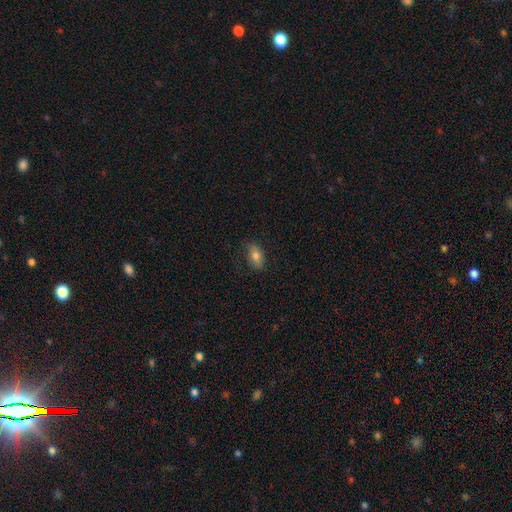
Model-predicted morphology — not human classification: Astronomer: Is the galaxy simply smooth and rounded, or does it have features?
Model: smooth — 73%.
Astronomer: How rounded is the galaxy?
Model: in between — 86%.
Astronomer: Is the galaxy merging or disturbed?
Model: none — 79%.